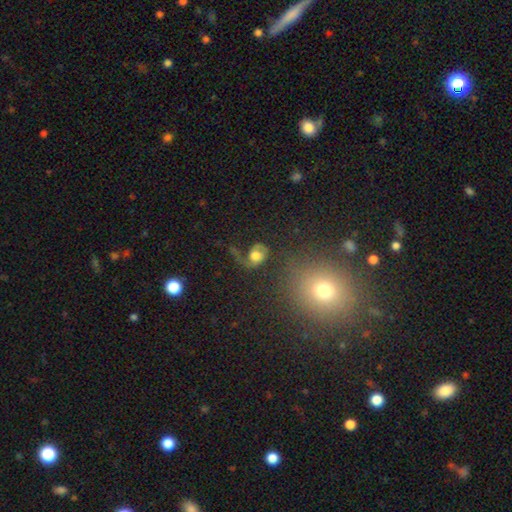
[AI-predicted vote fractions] A featured or disk galaxy (62%) with no bar (68%), 1 (51%) loose (59%) spiral arms (87%) and a moderate central bulge (41%). Merging: major disturbance (40%).